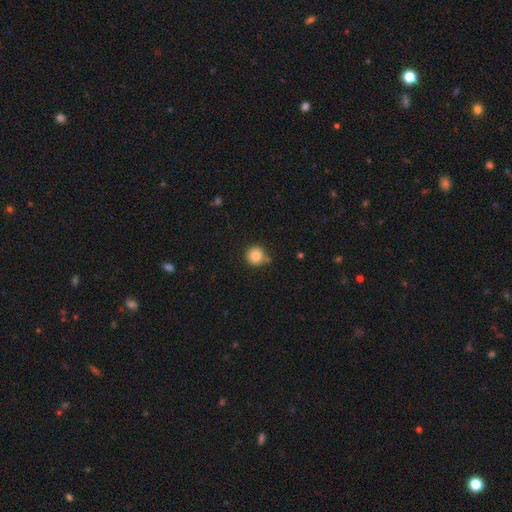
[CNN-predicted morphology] This is clearly a smooth galaxy (84%). How rounded: clearly round (94%). Merging: likely none (74%).